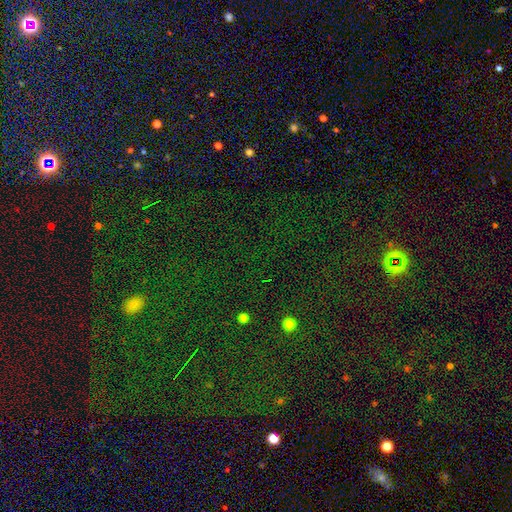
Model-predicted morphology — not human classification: The model was most divided on "smooth or featured": star or artifact: 77%, smooth: 15%, featured or disk: 8%.